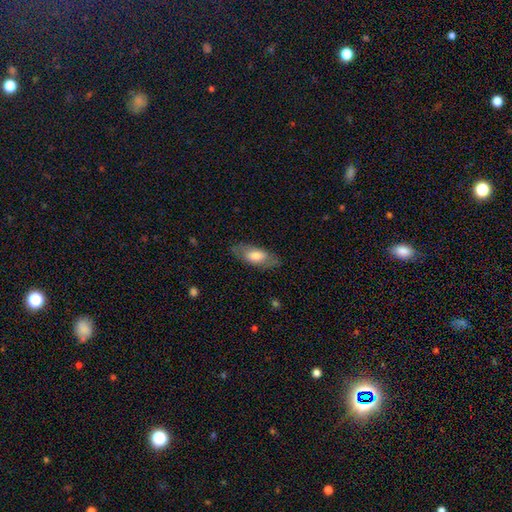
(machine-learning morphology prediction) smooth_or_featured: smooth (p=0.65) [alt: featured or disk p=0.29]
how_rounded: in between (p=0.83) [alt: cigar-shaped p=0.15]
merging: none (p=0.80) [alt: minor disturbance p=0.15]